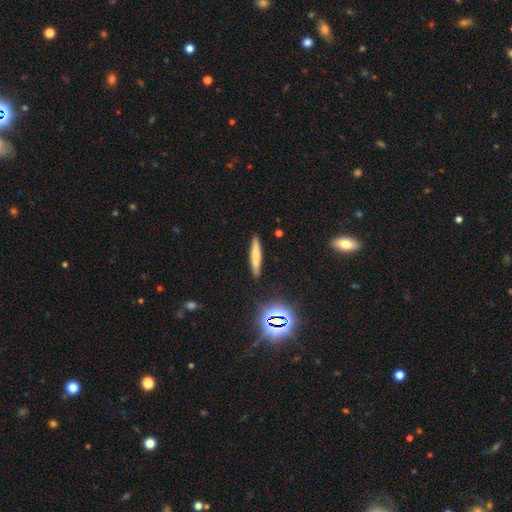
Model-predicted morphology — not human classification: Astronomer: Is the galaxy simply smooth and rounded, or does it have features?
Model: smooth — 70%.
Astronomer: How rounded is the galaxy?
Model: cigar-shaped — 90%.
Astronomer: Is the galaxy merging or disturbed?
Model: none — 88%.